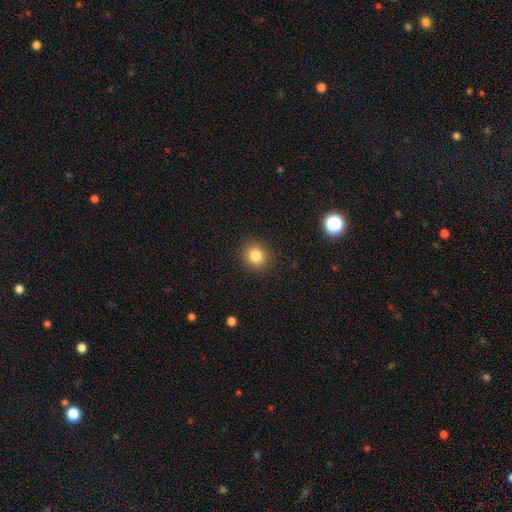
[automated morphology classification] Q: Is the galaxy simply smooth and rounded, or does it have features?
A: smooth — 83%.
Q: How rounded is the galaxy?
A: round — 83%.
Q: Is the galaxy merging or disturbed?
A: none — 90%.